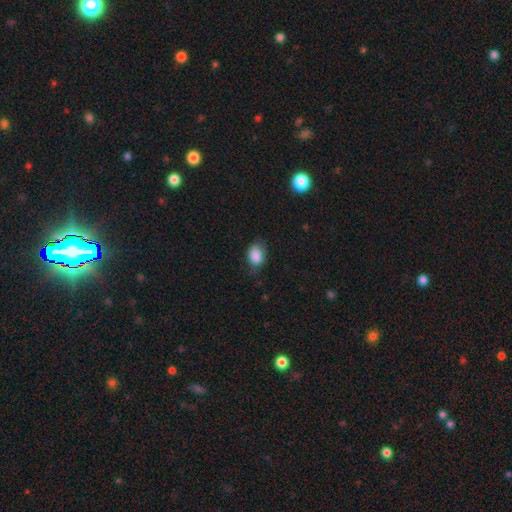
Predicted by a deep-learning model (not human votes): Smooth or featured? smooth (85%)
How rounded? in between (74%)
Merging? none (62%)